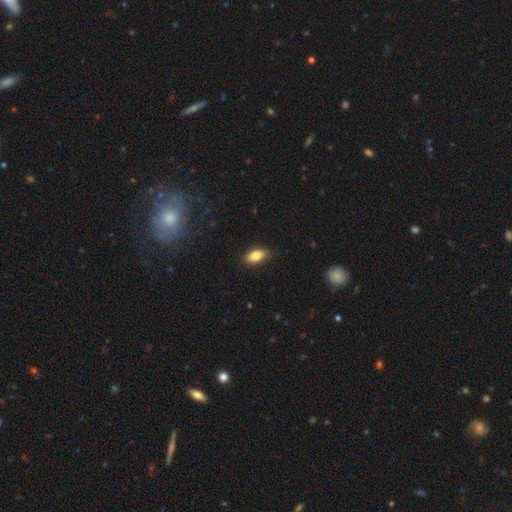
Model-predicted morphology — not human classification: A smooth galaxy with no disk features (83%) that is in between round and cigar-shaped (89%).

Vote fractions:
- Smooth or featured? smooth: 83% / featured or disk: 8% / star or artifact: 8%
- How rounded? in between: 89% / round: 6% / cigar-shaped: 5%
- Merging? none: 84% / minor disturbance: 12% / major disturbance: 2% / merger: 1%